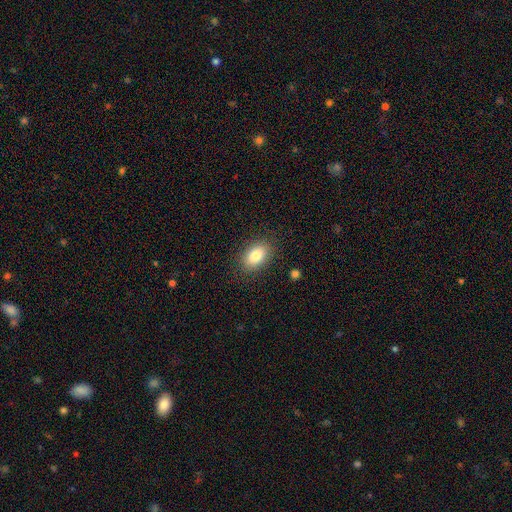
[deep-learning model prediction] A smooth galaxy with no disk features (83%) that is in between round and cigar-shaped (87%).

Vote fractions:
- Smooth or featured? smooth: 83% / featured or disk: 9% / star or artifact: 8%
- How rounded? in between: 87% / round: 12% / cigar-shaped: 2%
- Merging? none: 87% / minor disturbance: 9% / major disturbance: 3% / merger: 1%